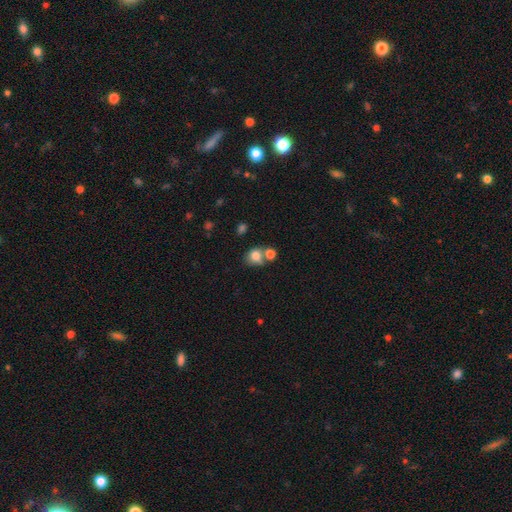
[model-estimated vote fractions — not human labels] smooth-or-featured: smooth: 80% | star or artifact: 11% | featured or disk: 9%
  how-rounded: round: 63% | in between: 36% | cigar-shaped: 1%
  merging: none: 44% | merger: 37% | minor disturbance: 13% | major disturbance: 6%